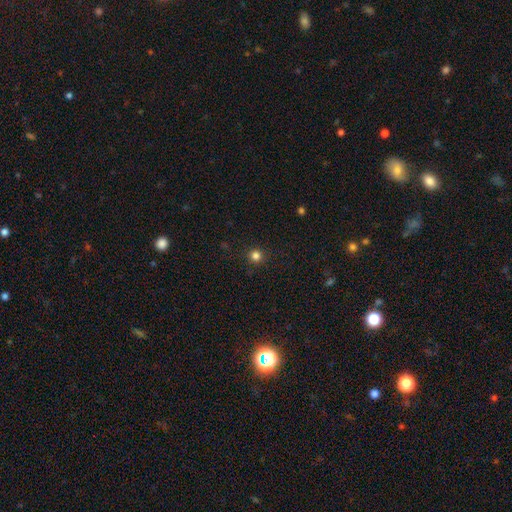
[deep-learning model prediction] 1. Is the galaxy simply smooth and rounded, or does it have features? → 82% smooth, 14% star or artifact, 4% featured or disk.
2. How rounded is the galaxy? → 95% round, 4% in between, 1% cigar-shaped.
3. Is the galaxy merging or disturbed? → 92% none, 5% minor disturbance, 2% major disturbance, 1% merger.